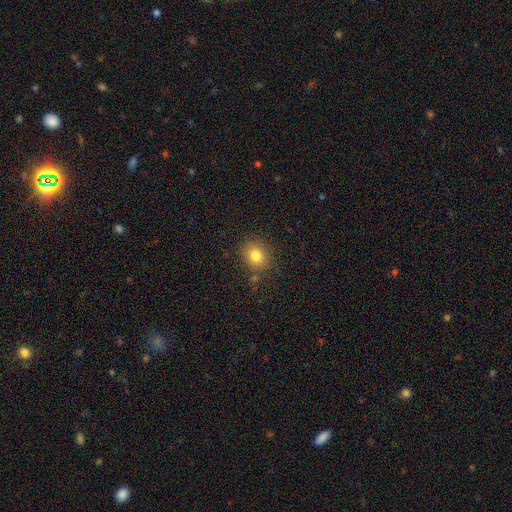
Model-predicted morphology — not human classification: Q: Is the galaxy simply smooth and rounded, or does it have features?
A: smooth — 79%.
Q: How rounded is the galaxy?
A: round — 70%.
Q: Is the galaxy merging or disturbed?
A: none — 82%.